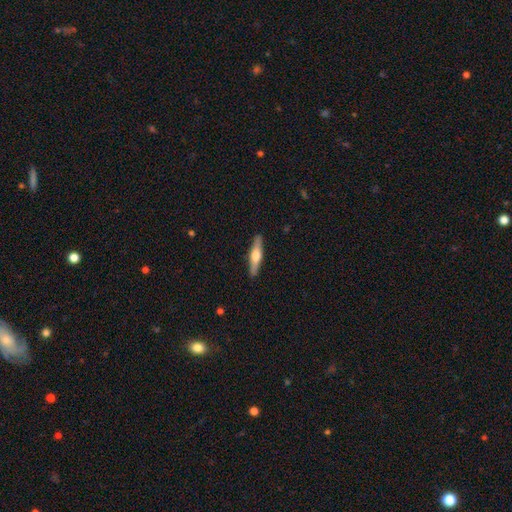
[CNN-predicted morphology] smooth-or-featured: featured or disk: 56% | smooth: 38% | star or artifact: 5%
  disk-edge-on: yes: 96% | no: 4%
    edge-on-bulge: rounded: 92% | boxy: 5% | none: 3%
  merging: none: 91% | minor disturbance: 7% | major disturbance: 1% | merger: 1%